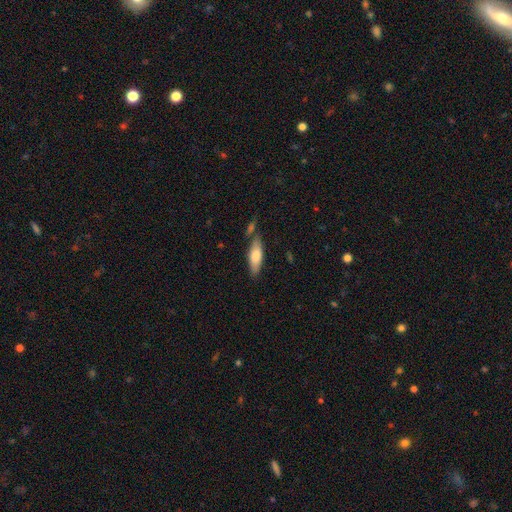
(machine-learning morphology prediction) smooth 71%, featured or disk 23%, star or artifact 6%. Down the decision tree: how rounded — in between (59%); merging — none (69%).